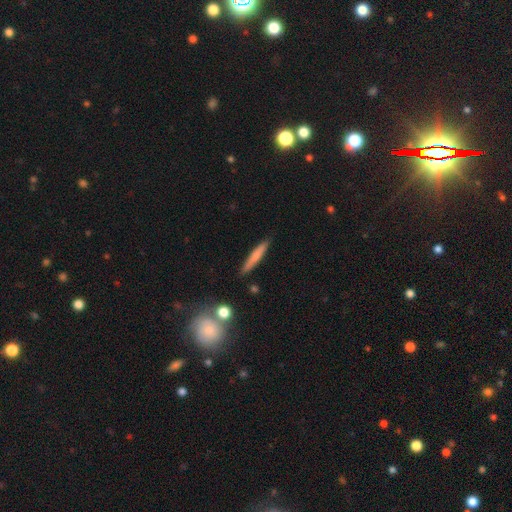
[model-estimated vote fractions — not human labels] Smooth or featured? Predicted: smooth (p=0.68). How rounded? Predicted: cigar-shaped (p=0.93). Merging? Predicted: none (p=0.87).